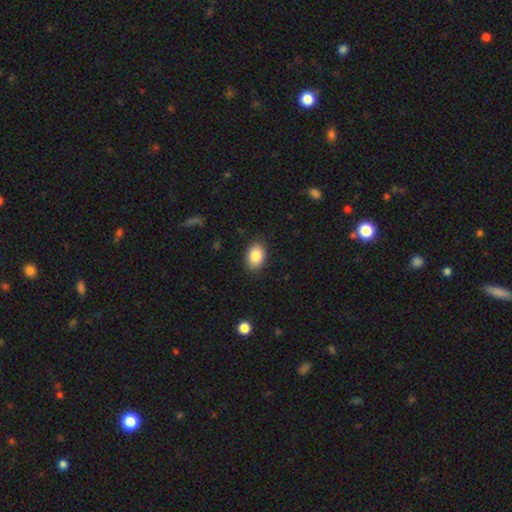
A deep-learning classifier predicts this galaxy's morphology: This is clearly a smooth galaxy (87%). How rounded: clearly in between (82%). Merging: clearly none (87%).